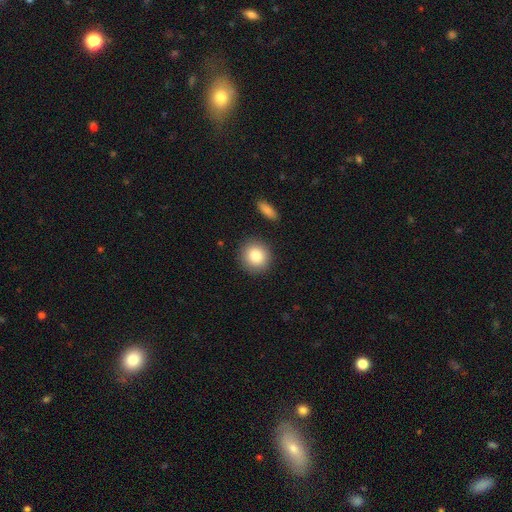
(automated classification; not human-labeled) smooth_or_featured: smooth (p=0.84) [alt: star or artifact p=0.08]
how_rounded: round (p=0.89) [alt: in between p=0.10]
merging: none (p=0.88) [alt: minor disturbance p=0.07]